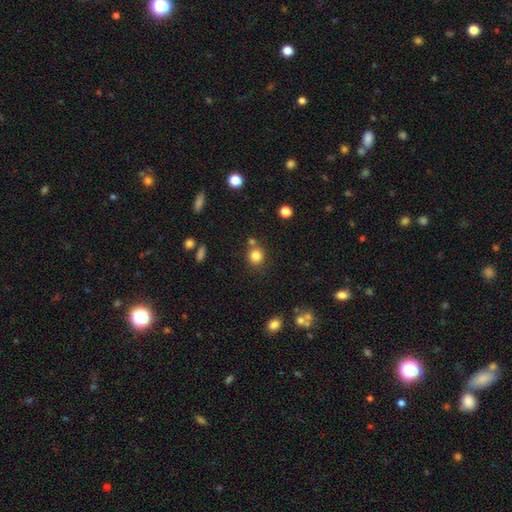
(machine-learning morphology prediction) smooth 82%, star or artifact 12%, featured or disk 6%. Down the decision tree: how rounded — round (88%); merging — none (73%).